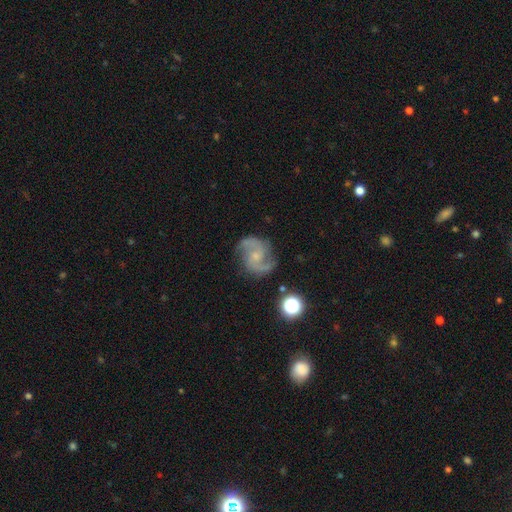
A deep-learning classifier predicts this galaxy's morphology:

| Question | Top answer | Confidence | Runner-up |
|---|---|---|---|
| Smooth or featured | featured or disk | 87% | star or artifact (7%) |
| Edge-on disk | no | 98% | yes (2%) |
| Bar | no | 58% | weak (35%) |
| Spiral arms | yes | 97% | no (3%) |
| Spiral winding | medium | 60% | loose (21%) |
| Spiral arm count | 2 | 90% | 3 (3%) |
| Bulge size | small | 61% | moderate (26%) |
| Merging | none | 78% | minor disturbance (15%) |